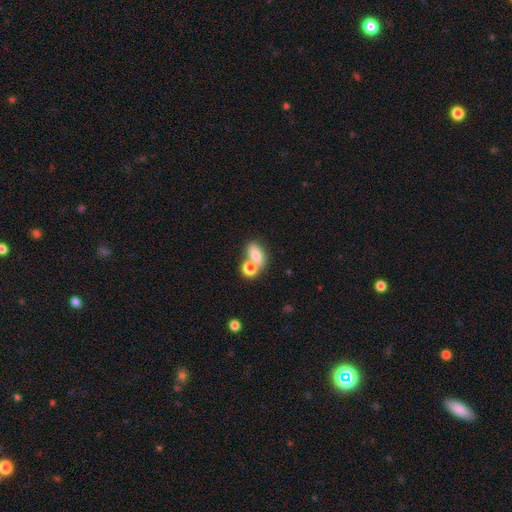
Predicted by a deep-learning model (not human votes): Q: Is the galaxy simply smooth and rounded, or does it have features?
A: smooth — 72%.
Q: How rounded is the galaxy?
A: in between — 74%.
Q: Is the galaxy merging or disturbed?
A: merger — 44%.